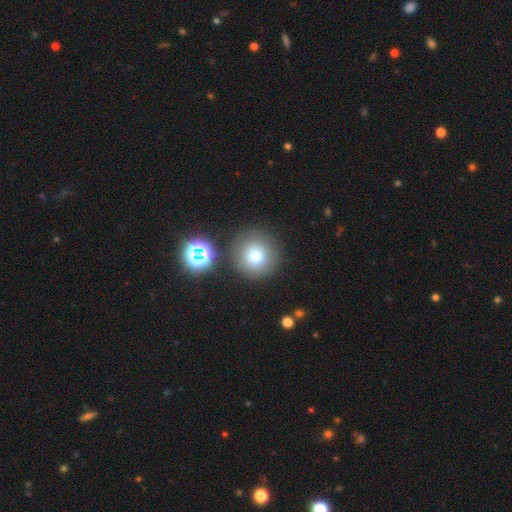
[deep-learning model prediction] Smooth or featured? Predicted: smooth (p=0.75). How rounded? Predicted: round (p=0.95). Merging? Predicted: none (p=0.82).